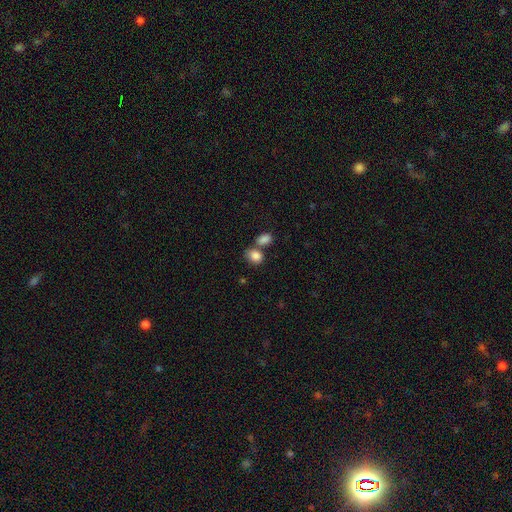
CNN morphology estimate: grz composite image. It shows a smooth galaxy with no disk features (85%) that is in between round and cigar-shaped (62%). Merging: none (46%).